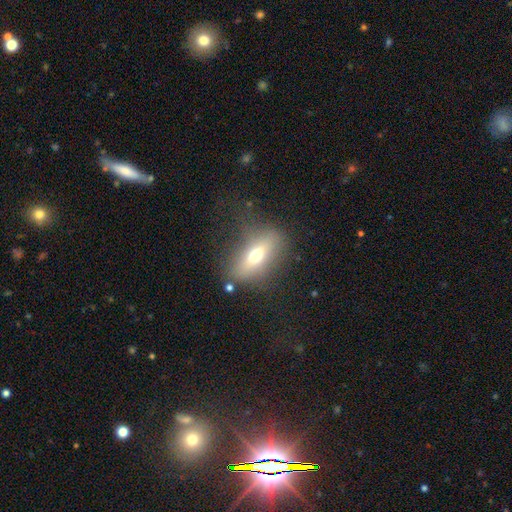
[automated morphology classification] smooth_or_featured: smooth (p=0.58) [alt: featured or disk p=0.30]
how_rounded: in between (p=0.72) [alt: cigar-shaped p=0.19]
merging: none (p=0.72) [alt: minor disturbance p=0.16]